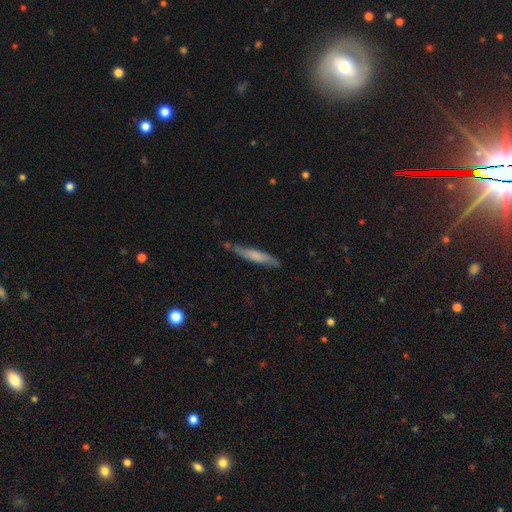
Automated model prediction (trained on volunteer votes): smooth-or-featured: smooth: 59% | featured or disk: 35% | star or artifact: 6%
  how-rounded: cigar-shaped: 90% | in between: 9% | round: 1%
  merging: none: 71% | minor disturbance: 21% | merger: 4% | major disturbance: 4%